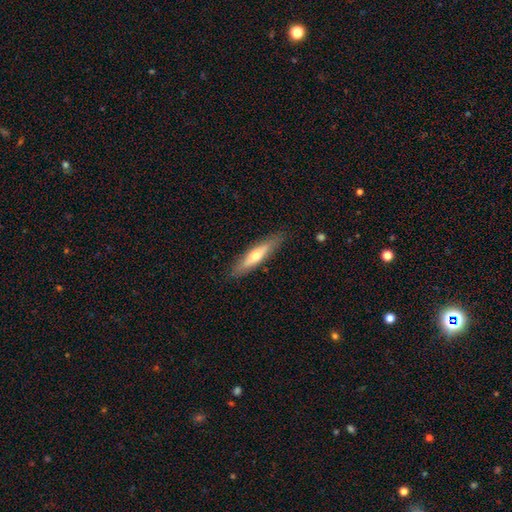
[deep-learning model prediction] Overall: smooth (49%; featured or disk 45%). Merging: none (86%).